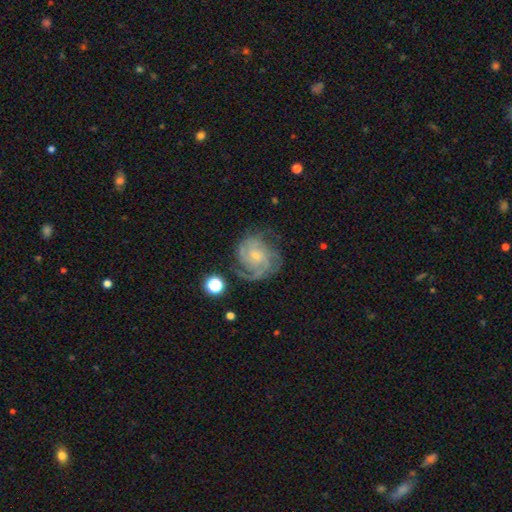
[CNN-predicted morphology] Smooth or featured? featured or disk (85%)
Edge-on disk? no (98%)
Bar? no (71%)
Spiral arms? yes (97%)
Spiral winding? tight (57%)
Spiral arm count? 3 (36%)
Bulge size? small (74%)
Merging? none (66%)